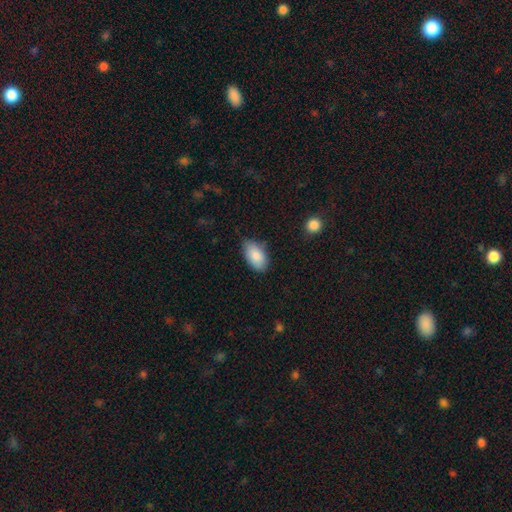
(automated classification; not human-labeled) This appears to be a smooth galaxy with no disk features (87%) that is in between round and cigar-shaped (94%). Merging: none (76%).